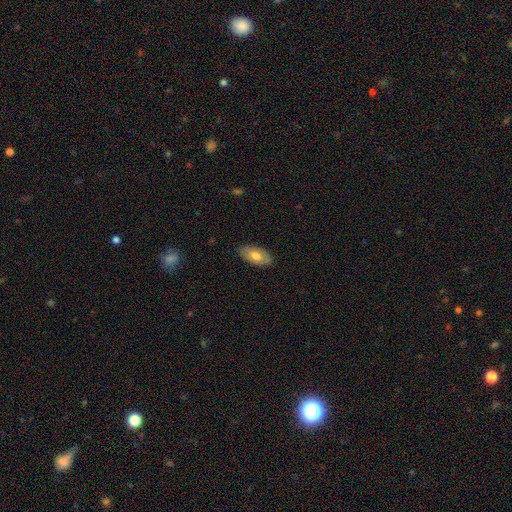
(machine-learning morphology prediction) type=smooth (68%); roundness=in between (94%); merging=none (84%).